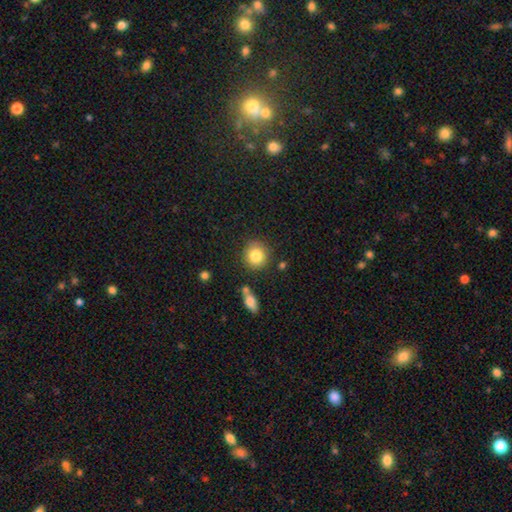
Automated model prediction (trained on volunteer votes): A smooth galaxy with no disk features (83%) that is round (89%).

Vote fractions:
- Smooth or featured? smooth: 83% / star or artifact: 9% / featured or disk: 8%
- How rounded? round: 89% / in between: 10% / cigar-shaped: 1%
- Merging? none: 82% / minor disturbance: 10% / merger: 5% / major disturbance: 3%